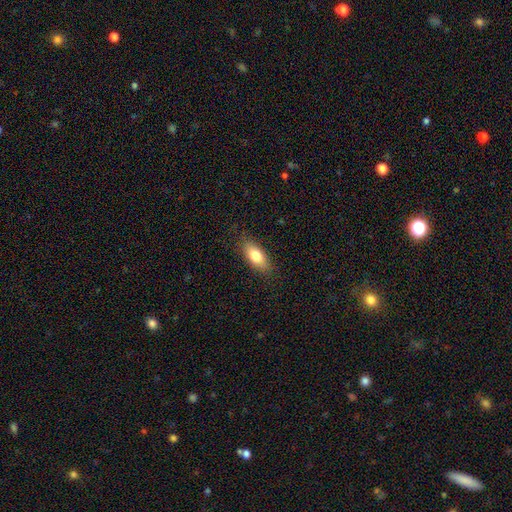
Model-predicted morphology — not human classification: smooth-or-featured: smooth: 77% | featured or disk: 15% | star or artifact: 7%
  how-rounded: in between: 80% | cigar-shaped: 16% | round: 4%
  merging: none: 84% | minor disturbance: 12% | major disturbance: 3% | merger: 1%